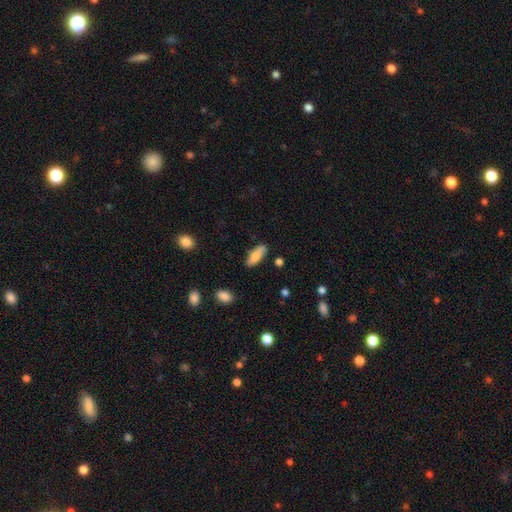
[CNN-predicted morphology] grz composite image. It shows a smooth galaxy with no disk features (78%) that is in between round and cigar-shaped (68%). Merging: none (82%).